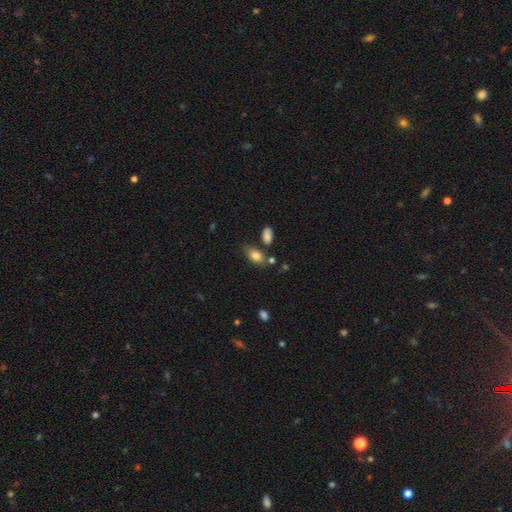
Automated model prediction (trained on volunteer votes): A smooth galaxy with no disk features (82%) that is in between round and cigar-shaped (87%).

Vote fractions:
- Smooth or featured? smooth: 82% / featured or disk: 9% / star or artifact: 9%
- How rounded? in between: 87% / round: 10% / cigar-shaped: 3%
- Merging? none: 65% / minor disturbance: 18% / merger: 11% / major disturbance: 5%